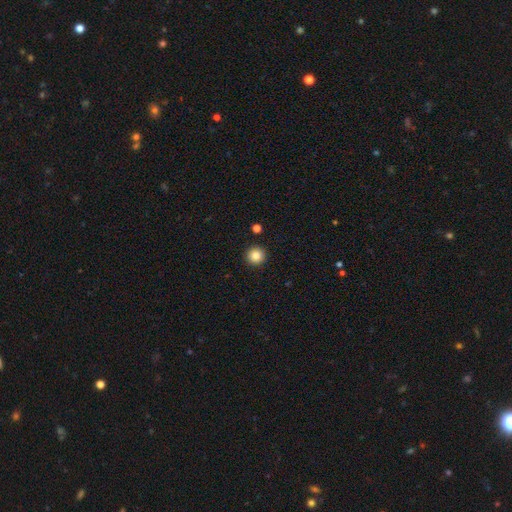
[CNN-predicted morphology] Smooth or featured? smooth (86%)
How rounded? round (95%)
Merging? none (92%)